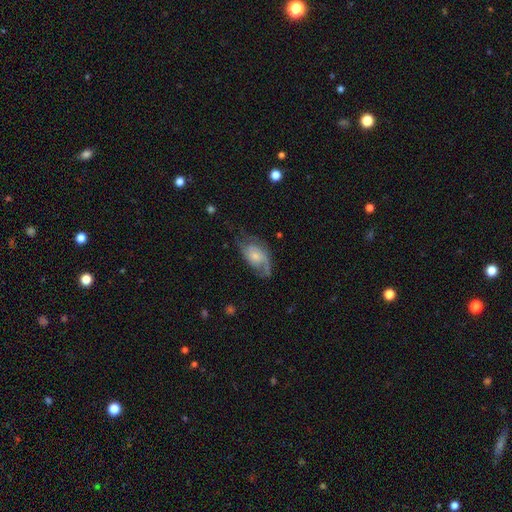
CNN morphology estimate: type=featured or disk (66%); edge-on=no (95%); bar=no (69%); spiral arms=yes (87%); winding=medium (43%); arm count=2 (57%); bulge=small (54%); merging=none (51%).